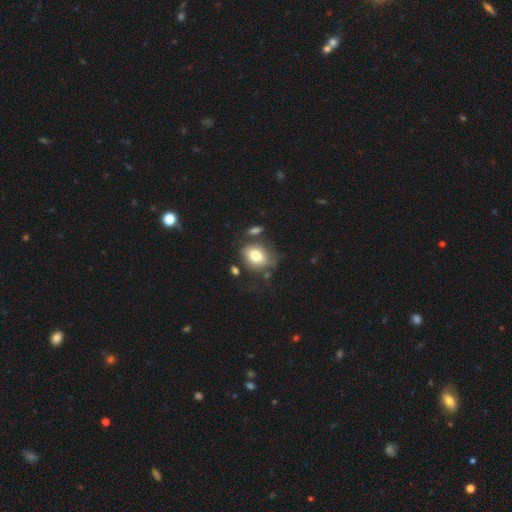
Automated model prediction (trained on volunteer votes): smooth_or_featured: smooth (p=0.77) [alt: featured or disk p=0.14]
how_rounded: in between (p=0.55) [alt: round p=0.44]
merging: none (p=0.60) [alt: minor disturbance p=0.20]